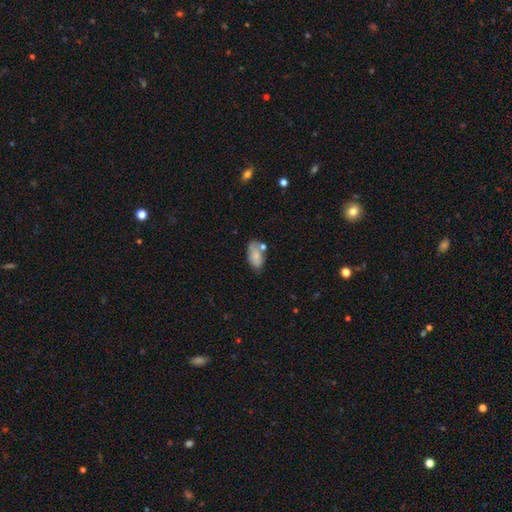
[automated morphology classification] Q: Smooth or featured?
A: smooth (71%); runner-up: featured or disk (21%)
Q: How rounded?
A: in between (92%); runner-up: round (5%)
Q: Merging?
A: none (49%); runner-up: minor disturbance (27%)